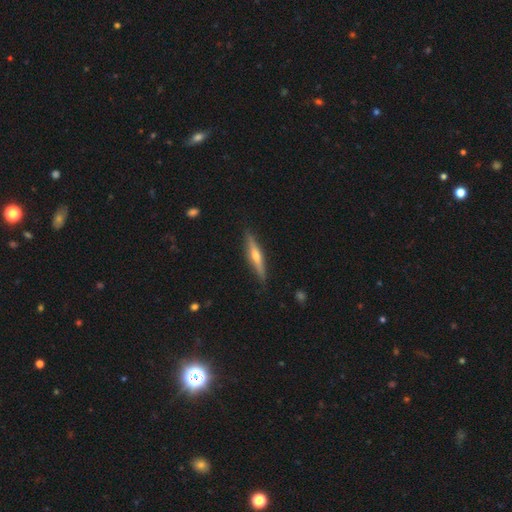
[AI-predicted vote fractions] The model was most divided on "smooth or featured": featured or disk: 68%, smooth: 26%, star or artifact: 6%. More confident: edge-on disk — yes (96%); edge-on bulge — rounded (89%); merging — none (89%).